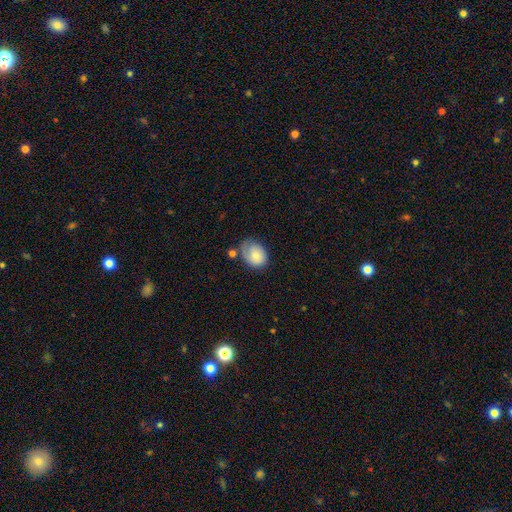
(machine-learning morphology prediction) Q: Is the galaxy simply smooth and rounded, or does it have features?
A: smooth — 76%.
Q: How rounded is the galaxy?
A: in between — 66%.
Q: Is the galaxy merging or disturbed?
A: none — 50%.